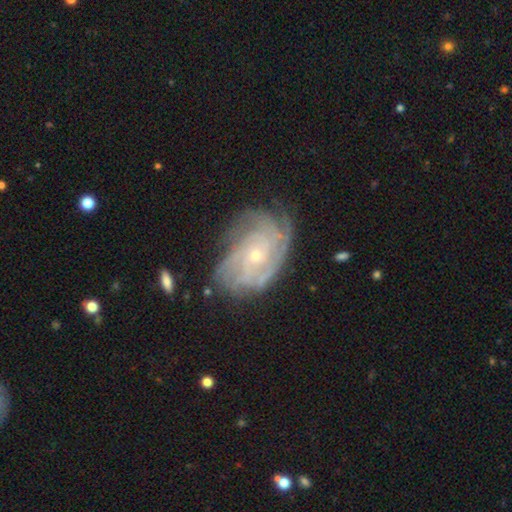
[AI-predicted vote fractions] This is clearly a featured or disk galaxy (85%). It is clearly not viewed edge-on (96%). Bar: likely no (75%). Spiral arm pattern: clearly yes (95%). Spiral arm count: marginally can't tell (32%). Spiral winding: likely tight (68%). Central bulge: likely small (75%). Merging: likely none (68%).